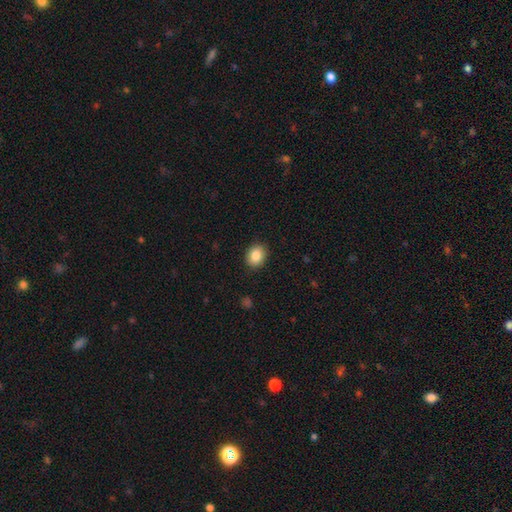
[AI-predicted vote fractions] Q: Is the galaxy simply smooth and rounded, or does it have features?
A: smooth — 86%.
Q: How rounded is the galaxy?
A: round — 55%.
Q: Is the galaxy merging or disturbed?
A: none — 90%.